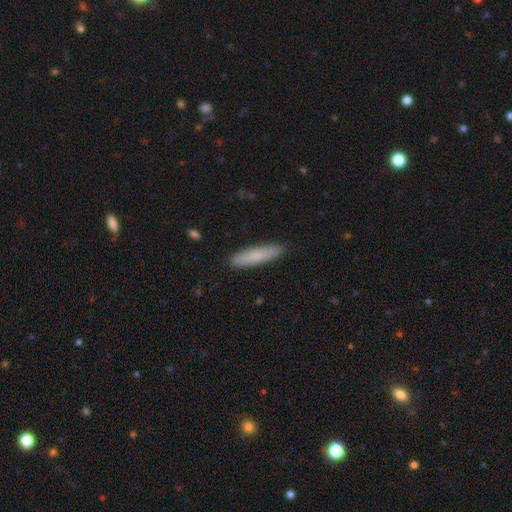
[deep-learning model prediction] This is clearly a smooth galaxy (81%). How rounded: clearly cigar-shaped (81%). Merging: clearly none (90%).